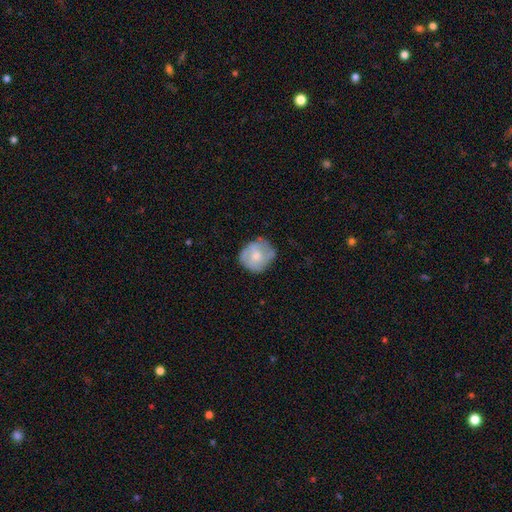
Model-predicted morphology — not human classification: Smooth or featured?
  - smooth: 57% *
  - featured or disk: 36%
  - star or artifact: 7%
How rounded?
  - round: 80% *
  - in between: 19%
  - cigar-shaped: 1%
Merging?
  - none: 65% *
  - minor disturbance: 25%
  - major disturbance: 8%
  - merger: 2%